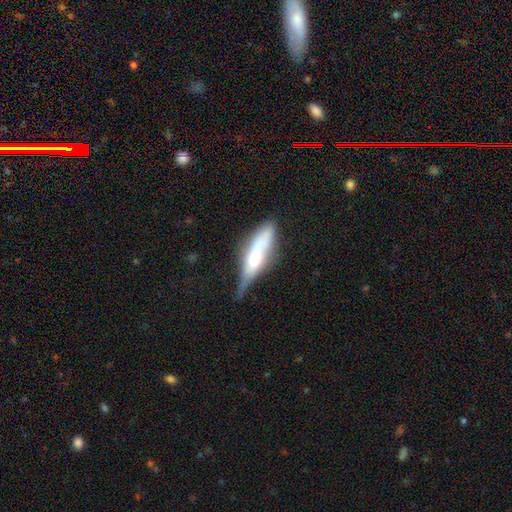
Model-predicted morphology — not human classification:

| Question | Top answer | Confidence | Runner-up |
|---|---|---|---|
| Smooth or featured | smooth | 53% | featured or disk (41%) |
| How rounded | cigar-shaped | 60% | in between (38%) |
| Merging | none | 44% | minor disturbance (36%) |